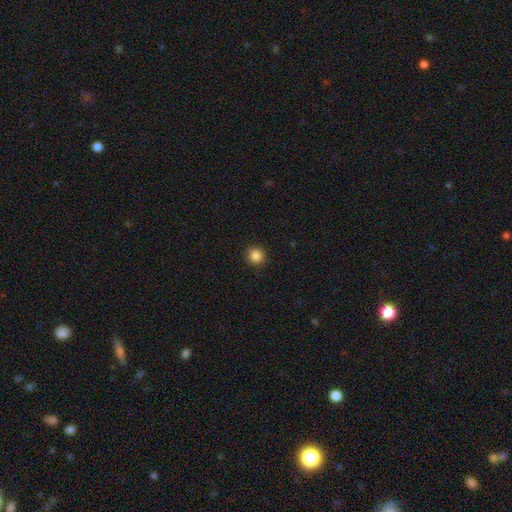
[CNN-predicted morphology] Q: Smooth or featured?
A: smooth (86%); runner-up: star or artifact (11%)
Q: How rounded?
A: round (93%); runner-up: in between (6%)
Q: Merging?
A: none (92%); runner-up: minor disturbance (5%)